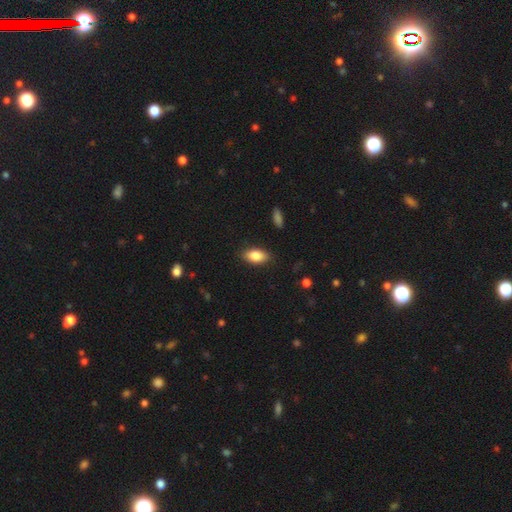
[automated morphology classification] smooth-or-featured: smooth: 85% | featured or disk: 8% | star or artifact: 7%
  how-rounded: in between: 90% | cigar-shaped: 6% | round: 4%
  merging: none: 86% | minor disturbance: 11% | major disturbance: 2% | merger: 1%